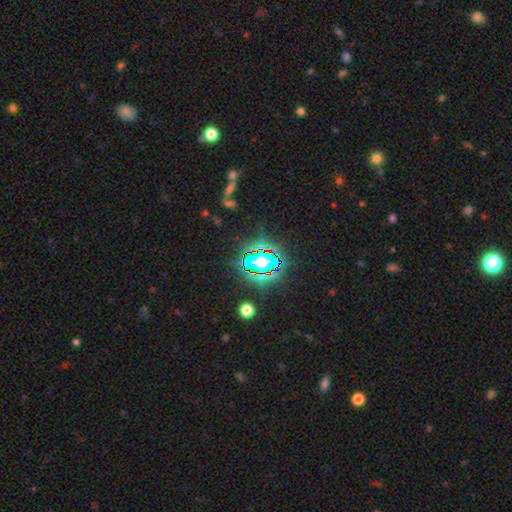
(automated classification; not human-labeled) smooth-or-featured: star or artifact: 75% | smooth: 15% | featured or disk: 10%